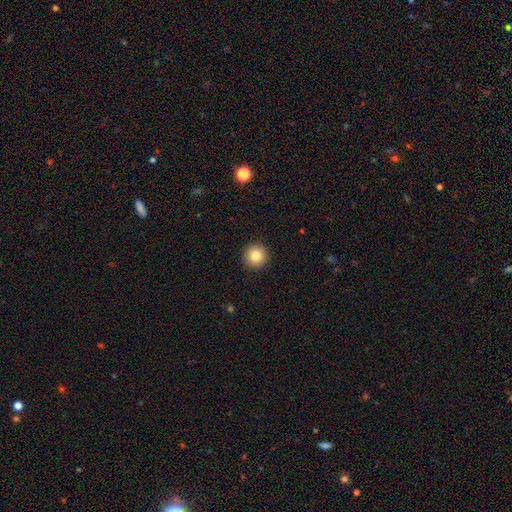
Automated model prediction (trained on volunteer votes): A smooth galaxy with no disk features (82%) that is round (96%). Merging: none (93%).